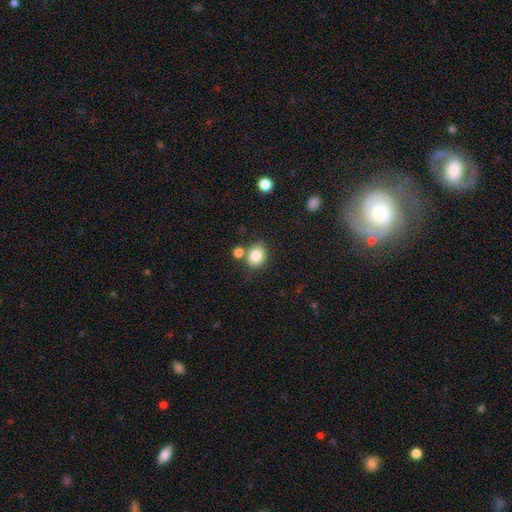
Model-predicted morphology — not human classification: smooth 83%, star or artifact 10%, featured or disk 8%. Down the decision tree: how rounded — round (63%); merging — none (70%).